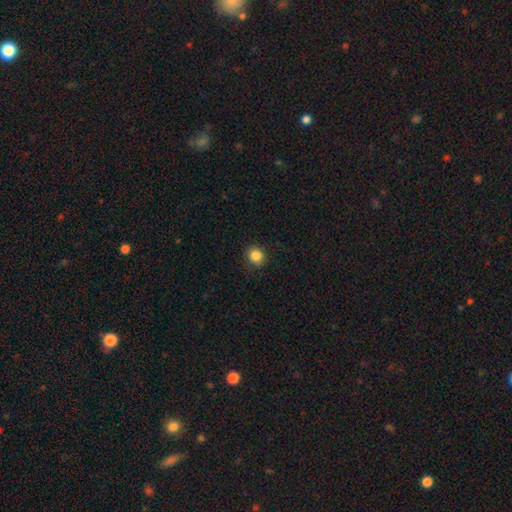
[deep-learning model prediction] A smooth galaxy with no disk features (85%) that is round (90%). Merging: none (89%).